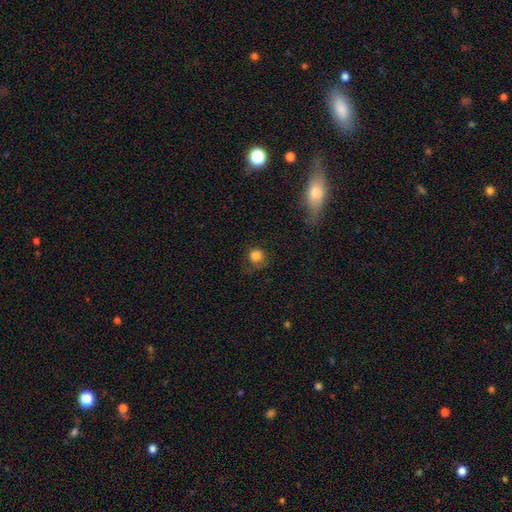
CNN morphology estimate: Smooth or featured? smooth (81%)
How rounded? round (88%)
Merging? none (61%)